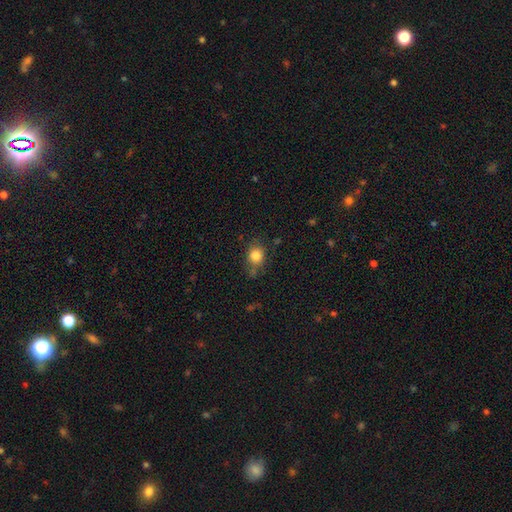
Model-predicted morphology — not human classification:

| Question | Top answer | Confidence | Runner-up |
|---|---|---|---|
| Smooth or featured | smooth | 83% | star or artifact (11%) |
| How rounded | round | 70% | in between (29%) |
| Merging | none | 72% | minor disturbance (18%) |